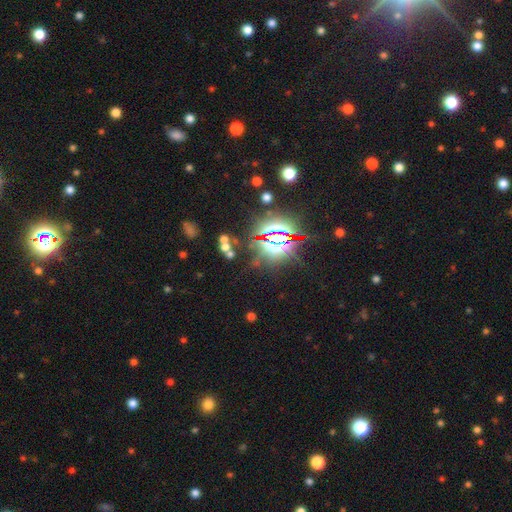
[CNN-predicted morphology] Q: Smooth or featured?
A: star or artifact (84%); runner-up: smooth (9%)